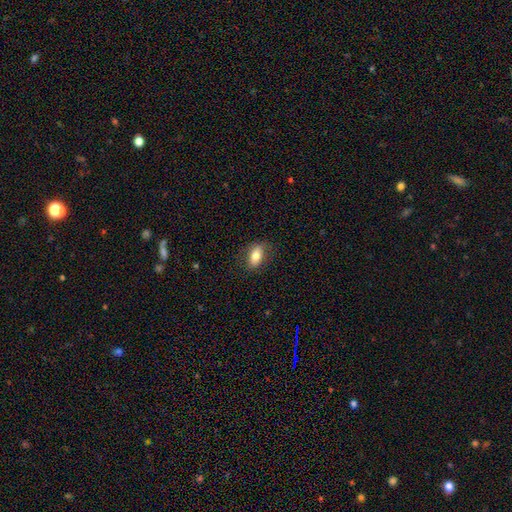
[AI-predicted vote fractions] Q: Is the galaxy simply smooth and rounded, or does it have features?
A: smooth — 74%.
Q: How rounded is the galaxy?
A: in between — 85%.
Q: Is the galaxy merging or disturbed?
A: none — 79%.